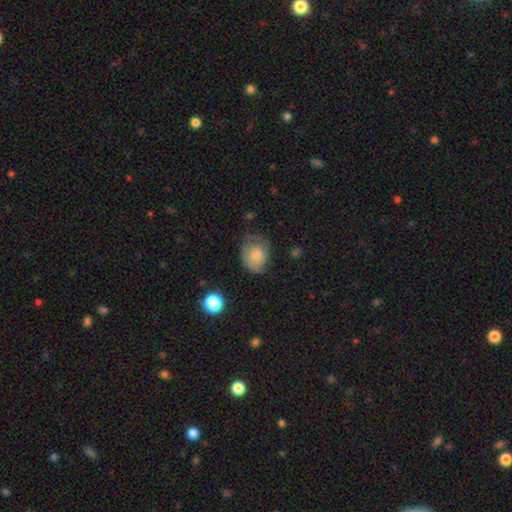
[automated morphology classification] This appears to be a smooth galaxy with no disk features (63%) that is round (58%). Merging: none (48%).